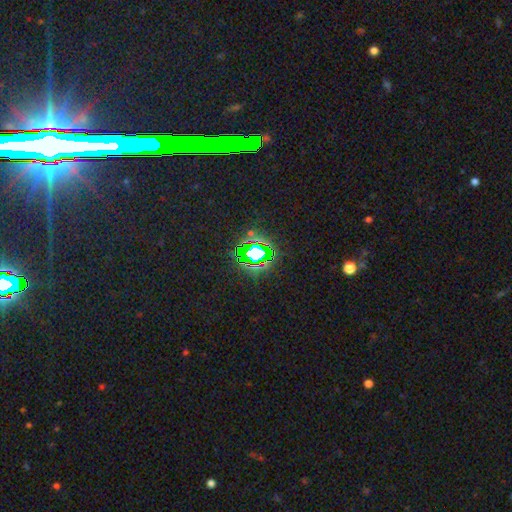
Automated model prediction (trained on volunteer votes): star or artifact 74%, smooth 15%, featured or disk 11%.